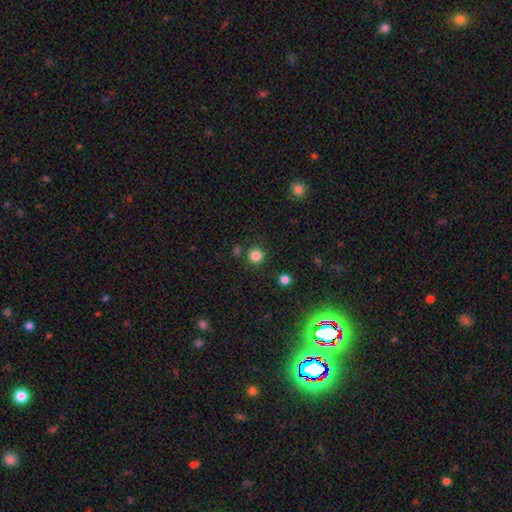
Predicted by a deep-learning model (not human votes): Smooth or featured?
  - smooth: 84% *
  - star or artifact: 13%
  - featured or disk: 4%
How rounded?
  - round: 95% *
  - in between: 4%
  - cigar-shaped: 1%
Merging?
  - none: 88% *
  - minor disturbance: 6%
  - merger: 4%
  - major disturbance: 2%